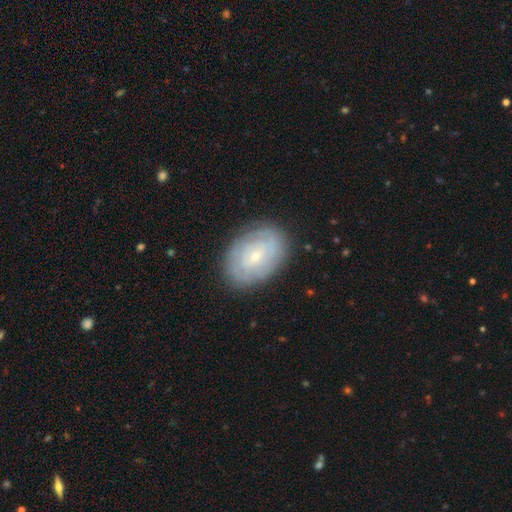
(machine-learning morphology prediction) Smooth or featured?
  - featured or disk: 61% *
  - smooth: 32%
  - star or artifact: 7%
Edge-on disk?
  - no: 95% *
  - yes: 5%
Bar?
  - no: 55% *
  - weak: 37%
  - strong: 9%
Spiral arms?
  - yes: 71% *
  - no: 29%
Bulge size?
  - small: 78% *
  - moderate: 19%
  - none: 2%
  - large: 1%
  - dominant: 1%
Merging?
  - none: 83% *
  - minor disturbance: 13%
  - major disturbance: 4%
  - merger: 1%